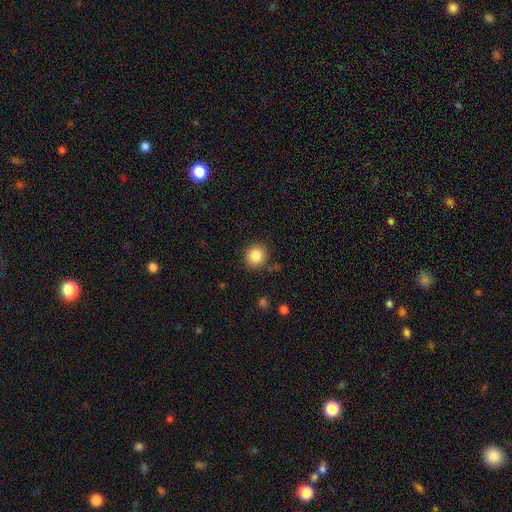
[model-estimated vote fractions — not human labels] Smooth or featured? smooth (84%)
How rounded? round (90%)
Merging? none (88%)